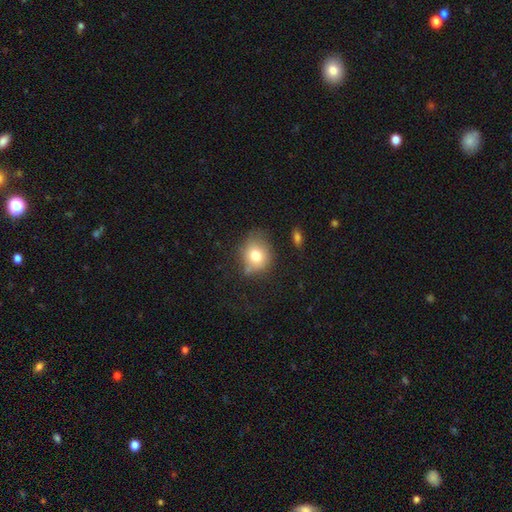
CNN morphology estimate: Overall: smooth (77%). How rounded: round (64%; in between 35%). Merging: none (60%; minor disturbance 27%).